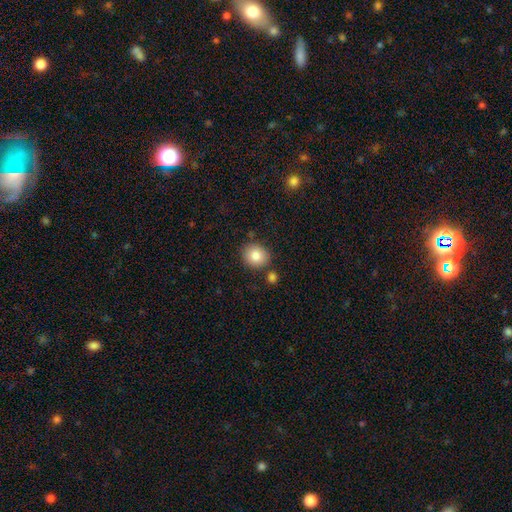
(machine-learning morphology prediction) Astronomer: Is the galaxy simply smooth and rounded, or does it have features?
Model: smooth — 83%.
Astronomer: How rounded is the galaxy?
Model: round — 78%.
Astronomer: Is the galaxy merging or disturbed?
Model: none — 82%.